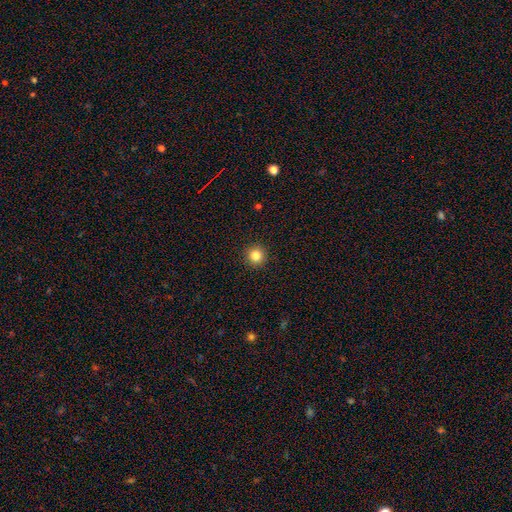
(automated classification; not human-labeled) Morphology: type=smooth (84%); roundness=round (95%); merging=none (93%).